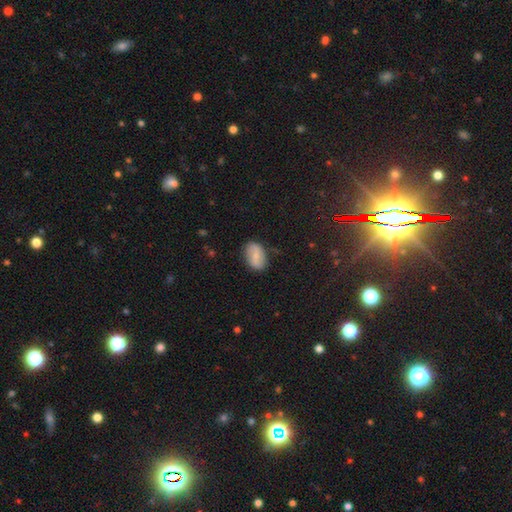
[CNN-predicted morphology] A smooth galaxy with no disk features (55%) that is in between round and cigar-shaped (88%). Merging: none (79%).